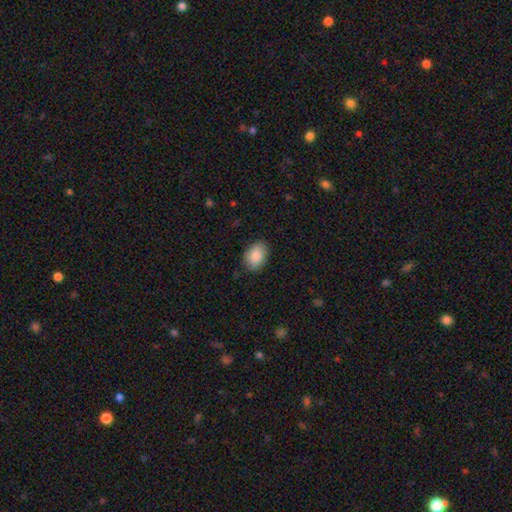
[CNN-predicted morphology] smooth 88%, star or artifact 7%, featured or disk 5%. Down the decision tree: how rounded — in between (81%); merging — none (83%).